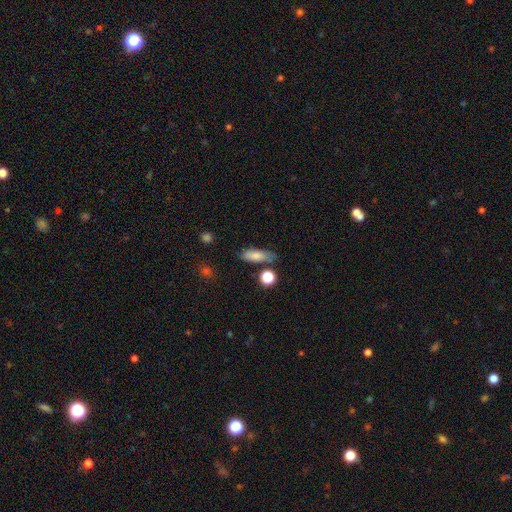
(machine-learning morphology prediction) Smooth or featured? smooth (79%)
How rounded? in between (58%)
Merging? none (68%)